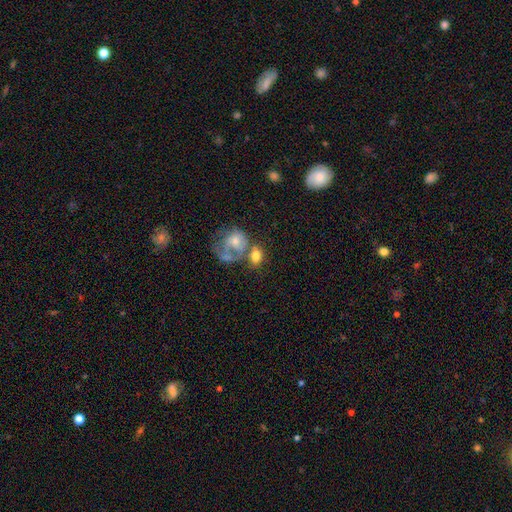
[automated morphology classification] Smooth or featured? Predicted: smooth (p=0.67). How rounded? Predicted: in between (p=0.64). Merging? Predicted: merger (p=0.44).